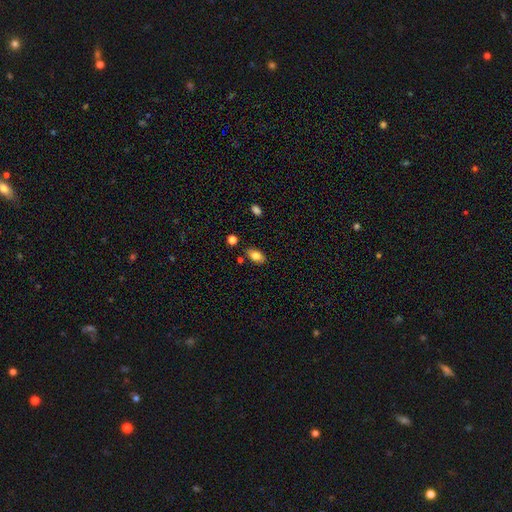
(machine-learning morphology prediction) smooth-or-featured: smooth: 82% | featured or disk: 9% | star or artifact: 8%
  how-rounded: in between: 91% | round: 6% | cigar-shaped: 3%
  merging: none: 81% | minor disturbance: 12% | merger: 4% | major disturbance: 2%